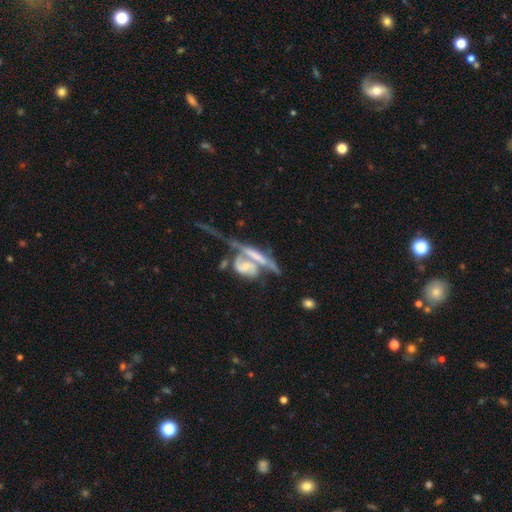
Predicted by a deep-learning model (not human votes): Morphology: type=featured or disk (65%); edge-on=no (65%); merging=merger (64%).